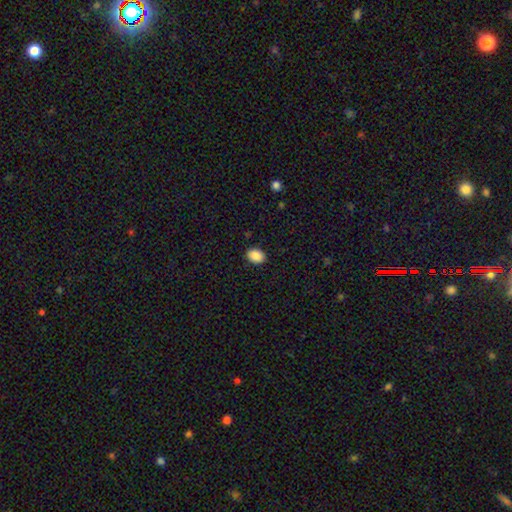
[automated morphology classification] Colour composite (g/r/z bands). It shows a smooth galaxy with no disk features (89%) that is in between round and cigar-shaped (77%). Merging: none (89%).